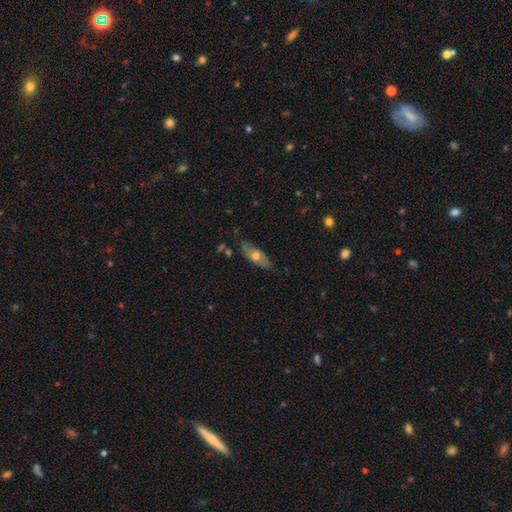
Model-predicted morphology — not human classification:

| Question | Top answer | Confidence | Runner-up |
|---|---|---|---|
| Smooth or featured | smooth | 50% | featured or disk (44%) |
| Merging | none | 78% | minor disturbance (17%) |